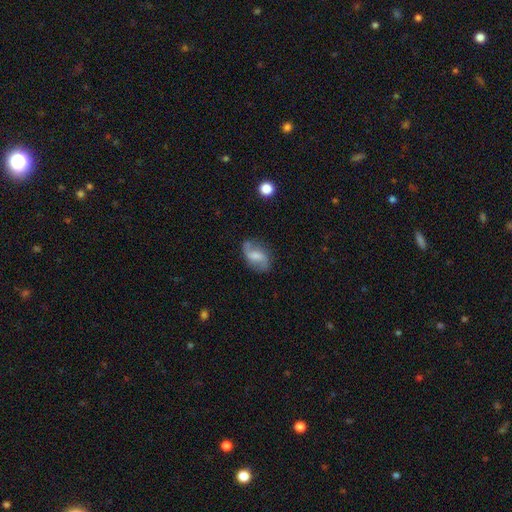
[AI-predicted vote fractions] featured or disk 69%, smooth 23%, star or artifact 8%. Down the decision tree: edge-on disk — no (97%); bar — weak (50%); spiral arms — yes (92%); spiral arm count — 2 (89%); spiral winding — loose (69%); bulge size — small (32%); merging — none (71%).